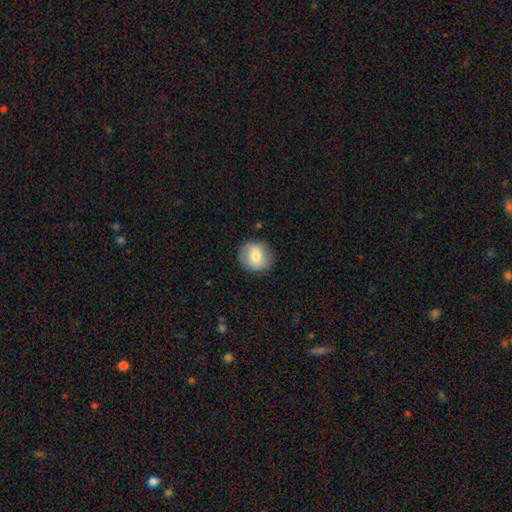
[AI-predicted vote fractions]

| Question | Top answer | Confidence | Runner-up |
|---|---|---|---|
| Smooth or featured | smooth | 71% | featured or disk (22%) |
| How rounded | round | 85% | in between (14%) |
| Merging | none | 86% | minor disturbance (10%) |